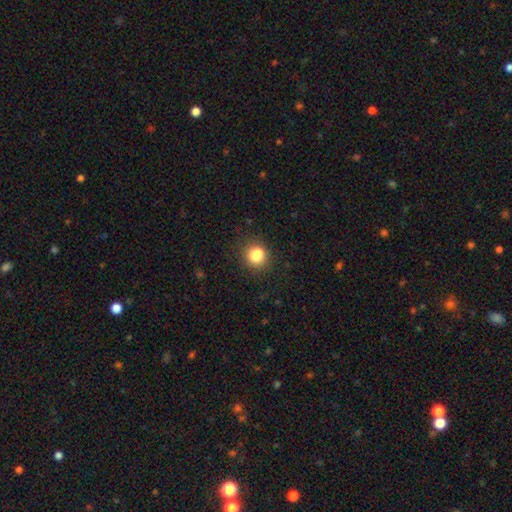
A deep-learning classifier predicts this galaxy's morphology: A smooth galaxy with no disk features (80%) that is round (72%). Merging: none (77%).